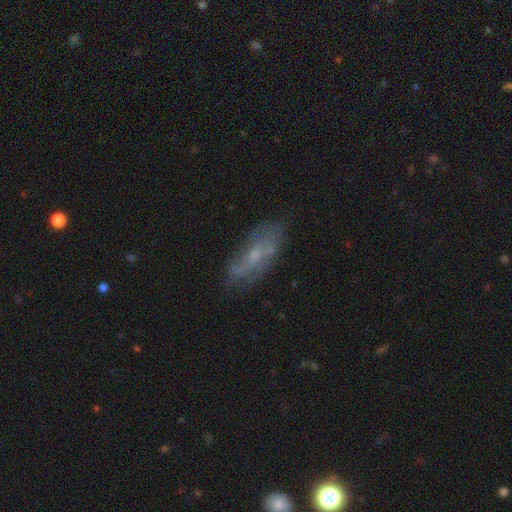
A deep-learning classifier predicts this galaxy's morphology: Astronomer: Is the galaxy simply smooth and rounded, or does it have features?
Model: featured or disk — 52% (runner-up: smooth, 37%).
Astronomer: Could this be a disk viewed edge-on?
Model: no — 81%.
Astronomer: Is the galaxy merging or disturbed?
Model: none — 66%.